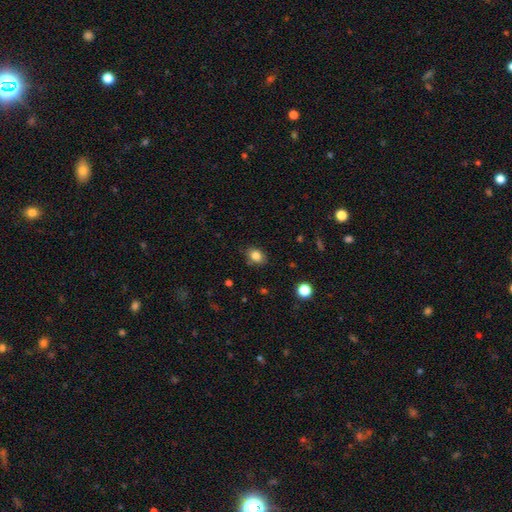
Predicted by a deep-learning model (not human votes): smooth-or-featured: smooth: 83% | star or artifact: 10% | featured or disk: 7%
  how-rounded: in between: 63% | round: 36% | cigar-shaped: 1%
  merging: none: 82% | minor disturbance: 13% | major disturbance: 3% | merger: 1%